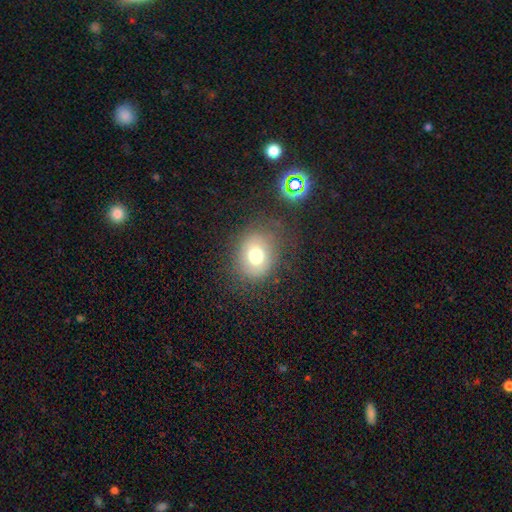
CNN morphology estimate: Smooth or featured? Predicted: smooth (p=0.70). How rounded? Predicted: round (p=0.63). Merging? Predicted: none (p=0.75).